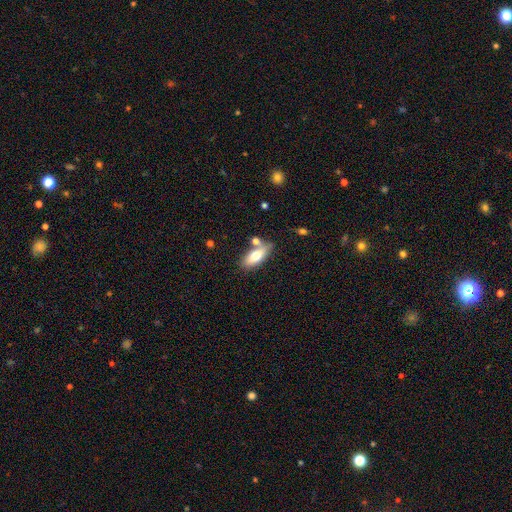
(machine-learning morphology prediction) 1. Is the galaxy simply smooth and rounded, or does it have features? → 69% smooth, 25% featured or disk, 7% star or artifact.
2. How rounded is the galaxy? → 79% in between, 18% cigar-shaped, 3% round.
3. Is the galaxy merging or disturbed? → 65% none, 15% minor disturbance, 15% merger, 4% major disturbance.